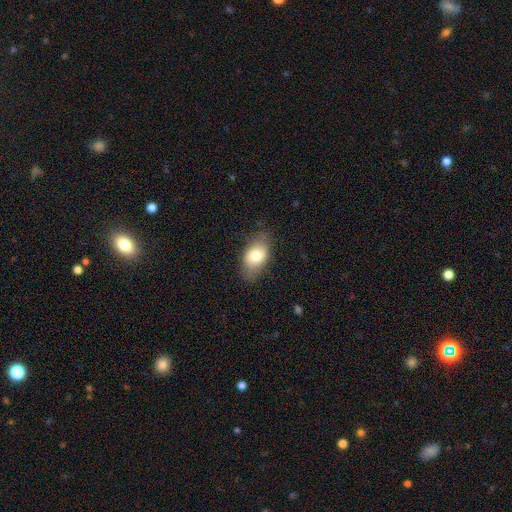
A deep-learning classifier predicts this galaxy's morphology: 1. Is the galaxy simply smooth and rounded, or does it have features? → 75% smooth, 18% featured or disk, 7% star or artifact.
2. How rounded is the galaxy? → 88% in between, 10% round, 2% cigar-shaped.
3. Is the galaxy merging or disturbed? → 76% none, 19% minor disturbance, 5% major disturbance, 1% merger.